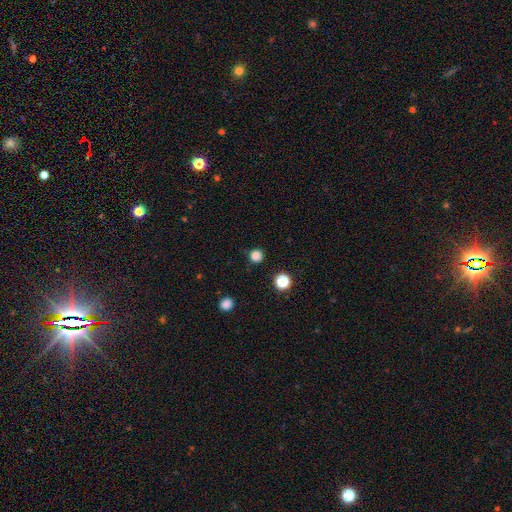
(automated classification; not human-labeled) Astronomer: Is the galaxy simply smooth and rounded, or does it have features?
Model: smooth — 81%.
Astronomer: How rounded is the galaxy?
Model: round — 94%.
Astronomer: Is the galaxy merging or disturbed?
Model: none — 87%.